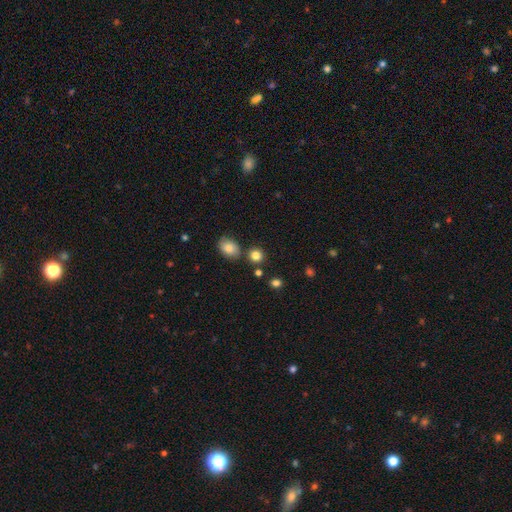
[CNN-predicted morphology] type=smooth (84%); roundness=round (80%); merging=none (75%).